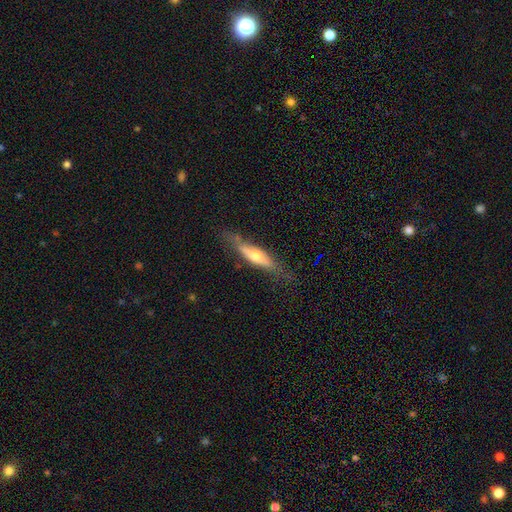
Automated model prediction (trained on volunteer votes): The model was most divided on "smooth or featured": featured or disk: 53%, smooth: 42%, star or artifact: 6%. More confident: edge-on disk — yes (83%); merging — none (67%).